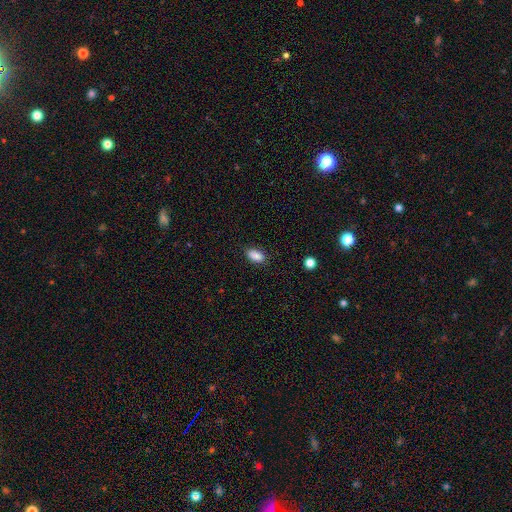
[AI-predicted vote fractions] This appears to be a smooth galaxy with no disk features (88%) that is in between round and cigar-shaped (90%). Merging: none (85%).